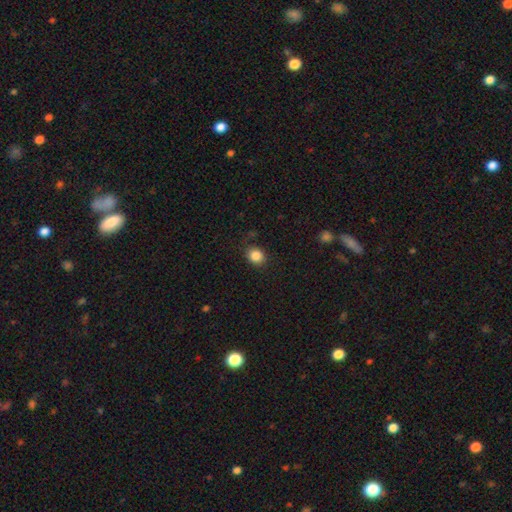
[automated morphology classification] smooth 85%, star or artifact 11%, featured or disk 4%. Down the decision tree: how rounded — round (73%); merging — none (85%).